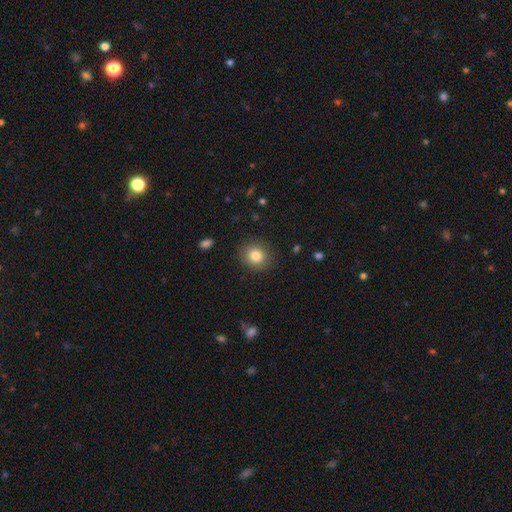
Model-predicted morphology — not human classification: The model was most divided on "how rounded": round: 81%, in between: 18%, cigar-shaped: 1%. More confident: merging — none (88%); smooth or featured — smooth (82%).